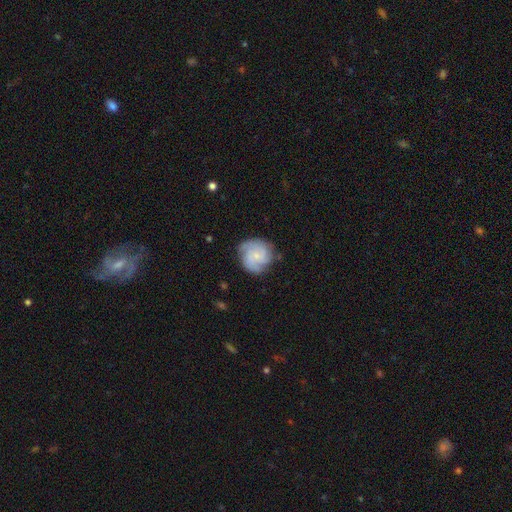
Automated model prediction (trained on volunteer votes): Overall: featured or disk (69%). Edge-on disk: no (98%). Bar: no (69%). Spiral arms: yes (95%). Spiral arm count: 3 (39%; 2 24%). Spiral winding: tight (48%; medium 40%). Bulge size: small (69%). Merging: none (75%).